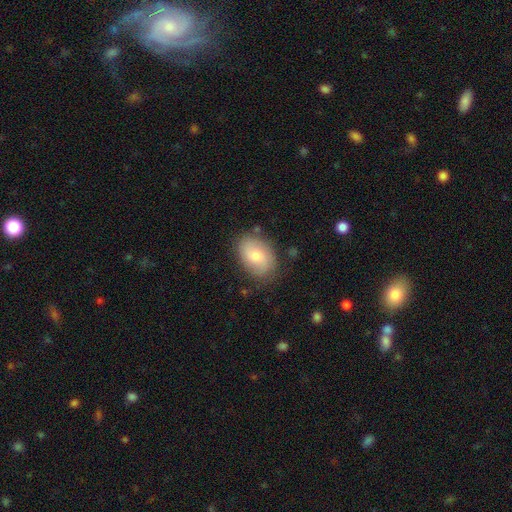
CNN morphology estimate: Overall: smooth (62%; featured or disk 31%). How rounded: in between (79%). Merging: none (76%).